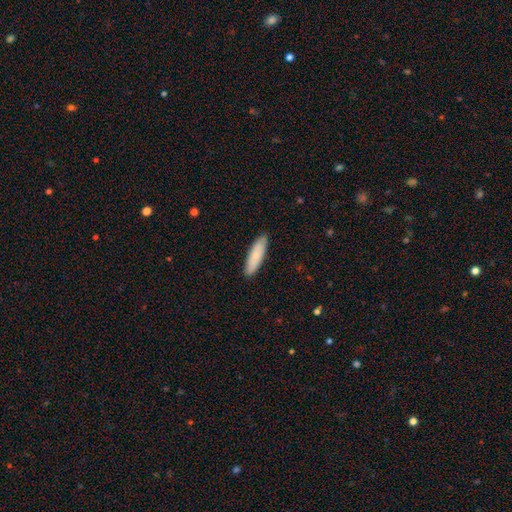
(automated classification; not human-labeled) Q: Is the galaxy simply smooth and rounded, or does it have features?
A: smooth — 79%.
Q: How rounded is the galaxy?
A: cigar-shaped — 64%.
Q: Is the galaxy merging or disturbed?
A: none — 89%.